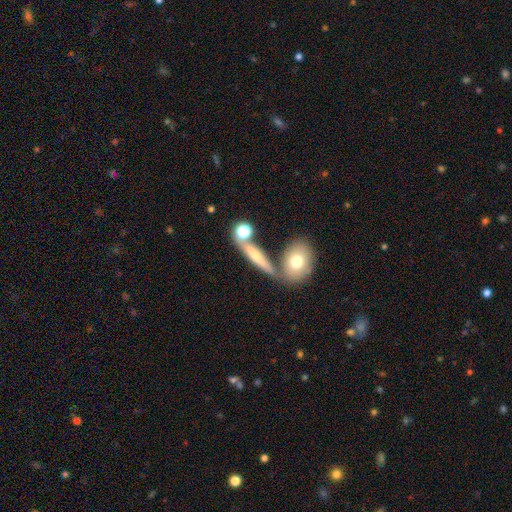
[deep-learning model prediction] This appears to be a smooth galaxy with no disk features (55%) that is cigar-shaped (64%). Merging: none (60%).